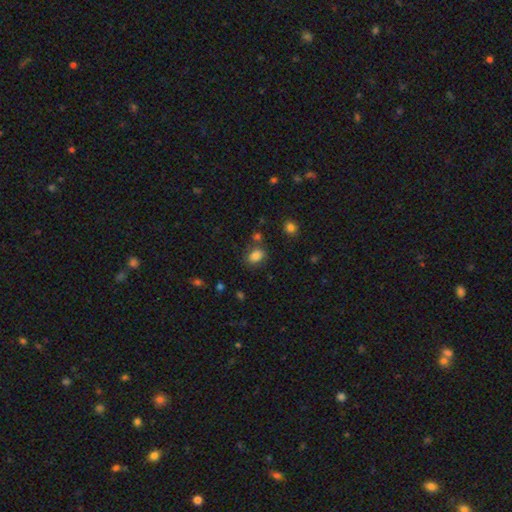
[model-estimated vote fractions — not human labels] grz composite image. It shows a smooth galaxy with no disk features (83%) that is in between round and cigar-shaped (72%). Merging: none (73%).